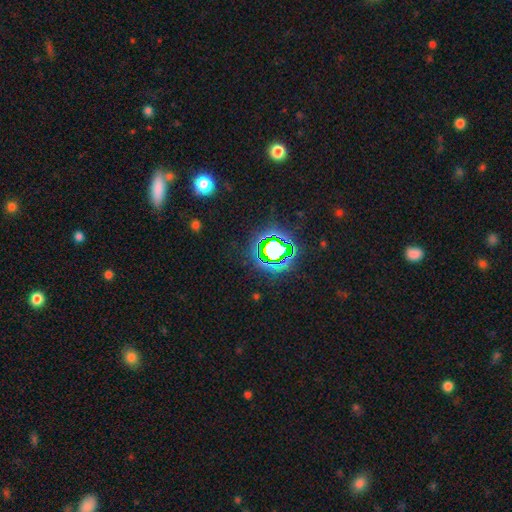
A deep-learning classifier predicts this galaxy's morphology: This appears to be a star or artifact, not a galaxy (74%).